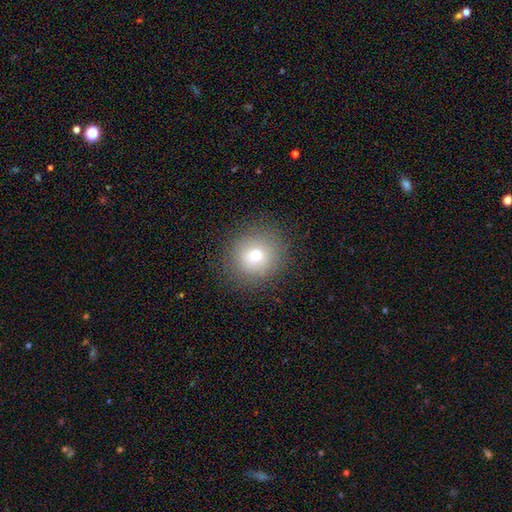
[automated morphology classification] Q: Smooth or featured?
A: smooth (69%); runner-up: star or artifact (16%)
Q: How rounded?
A: round (90%); runner-up: in between (9%)
Q: Merging?
A: none (87%); runner-up: minor disturbance (8%)